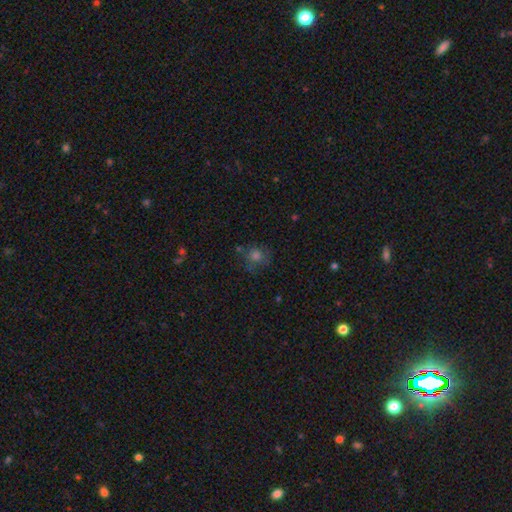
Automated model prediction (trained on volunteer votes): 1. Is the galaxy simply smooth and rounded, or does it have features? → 65% smooth, 23% star or artifact, 12% featured or disk.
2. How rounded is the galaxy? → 84% round, 15% in between, 1% cigar-shaped.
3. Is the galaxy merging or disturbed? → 70% none, 17% minor disturbance, 8% major disturbance, 5% merger.